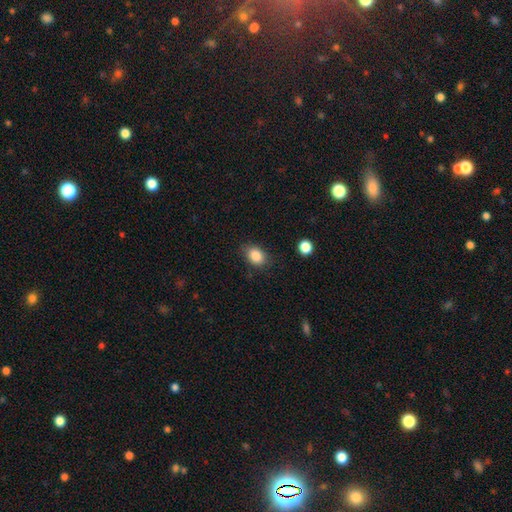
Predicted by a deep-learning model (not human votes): A smooth galaxy with no disk features (86%) that is in between round and cigar-shaped (75%).

Vote fractions:
- Smooth or featured? smooth: 86% / star or artifact: 9% / featured or disk: 5%
- How rounded? in between: 75% / round: 24% / cigar-shaped: 1%
- Merging? none: 79% / minor disturbance: 16% / major disturbance: 4% / merger: 2%